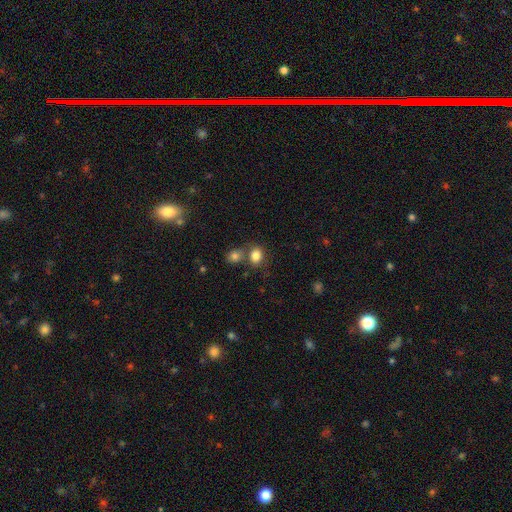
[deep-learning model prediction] The model was most divided on "how rounded": in between: 51%, round: 47%, cigar-shaped: 1%. More confident: smooth or featured — smooth (82%); merging — none (54%).